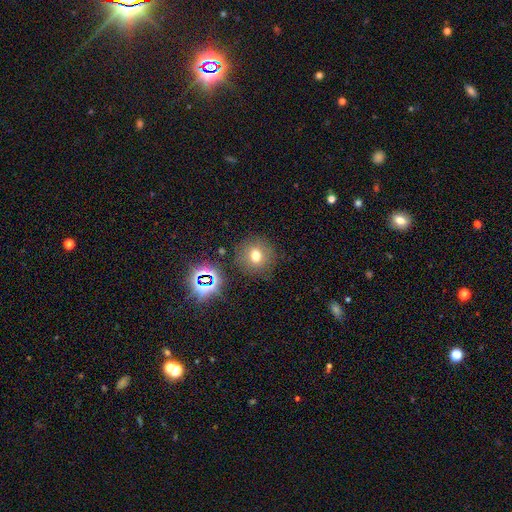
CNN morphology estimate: Smooth or featured? smooth (66%)
How rounded? round (88%)
Merging? none (84%)